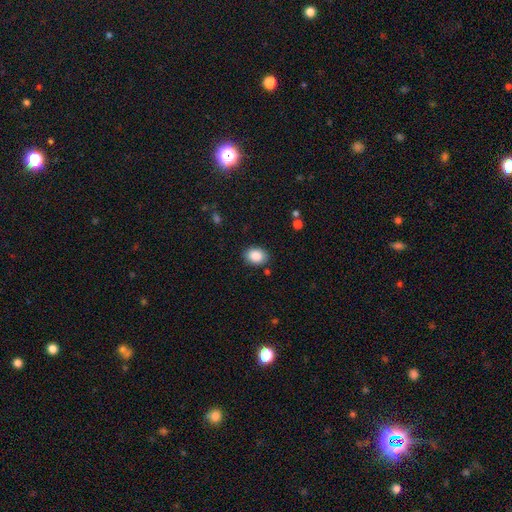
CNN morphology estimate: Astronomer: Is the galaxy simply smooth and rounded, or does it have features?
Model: smooth — 88%.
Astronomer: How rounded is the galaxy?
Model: in between — 67%.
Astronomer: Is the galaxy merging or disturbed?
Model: none — 85%.